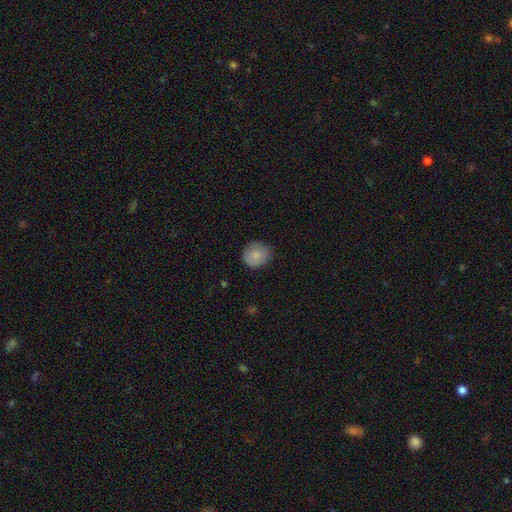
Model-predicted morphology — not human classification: smooth_or_featured: smooth (p=0.82) [alt: featured or disk p=0.11]
how_rounded: round (p=0.87) [alt: in between p=0.12]
merging: none (p=0.79) [alt: minor disturbance p=0.17]